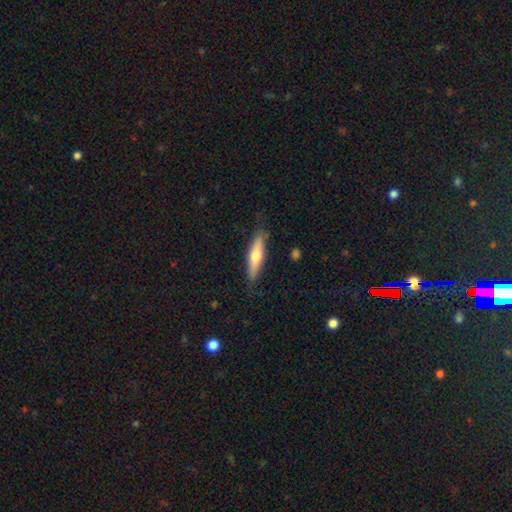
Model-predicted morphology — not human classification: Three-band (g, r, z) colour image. It shows a smooth galaxy with no disk features (56%) that is cigar-shaped (76%). Merging: none (83%).